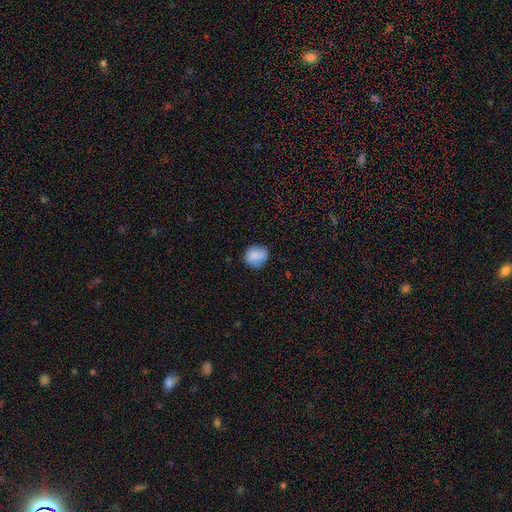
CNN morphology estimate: type=smooth (83%); roundness=round (77%); merging=none (76%).